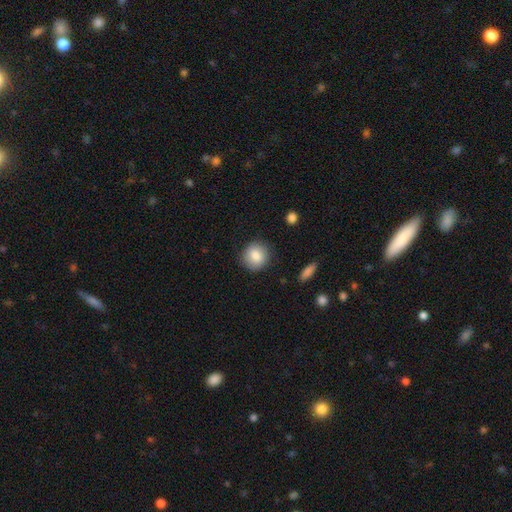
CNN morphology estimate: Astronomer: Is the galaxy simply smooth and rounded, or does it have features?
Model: smooth — 85%.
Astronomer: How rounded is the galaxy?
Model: round — 86%.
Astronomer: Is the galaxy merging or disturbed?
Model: none — 87%.